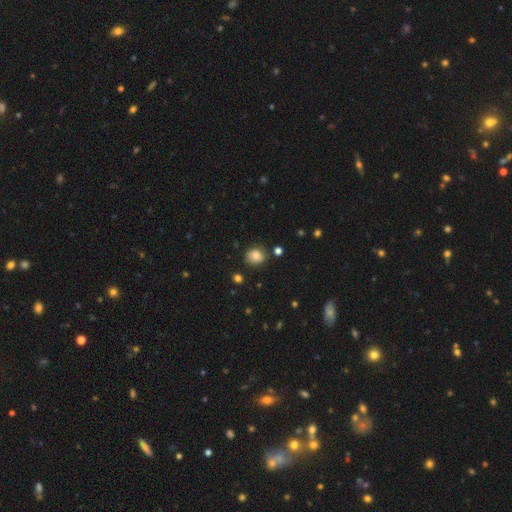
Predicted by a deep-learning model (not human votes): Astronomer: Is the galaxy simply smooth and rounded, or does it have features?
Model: smooth — 77%.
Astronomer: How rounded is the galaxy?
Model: round — 73%.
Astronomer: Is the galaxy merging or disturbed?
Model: none — 79%.